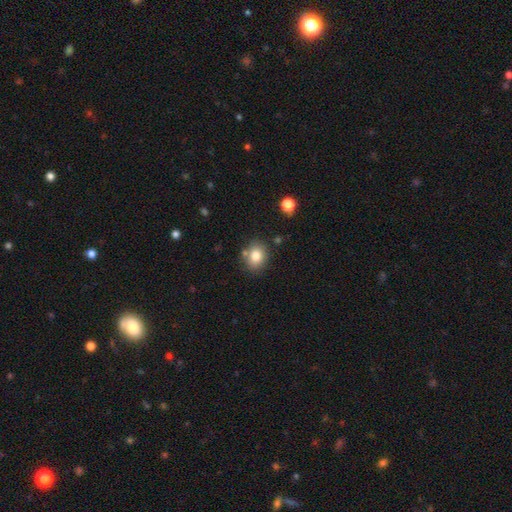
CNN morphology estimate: Smooth or featured: smooth — 81% (star or artifact — 10%)
How rounded: round — 54% (in between — 45%)
Merging: none — 75% (minor disturbance — 13%)